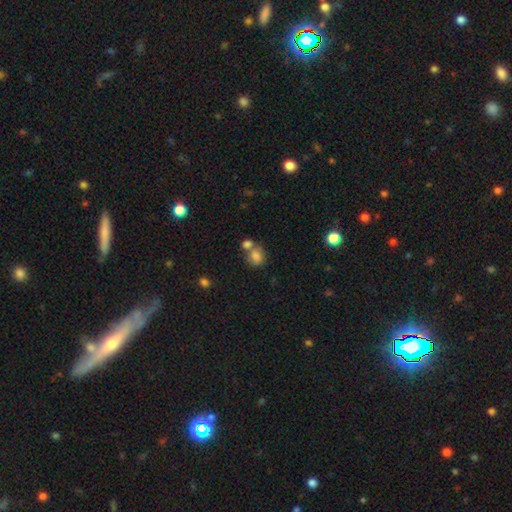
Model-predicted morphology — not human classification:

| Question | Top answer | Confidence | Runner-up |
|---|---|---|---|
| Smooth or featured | smooth | 79% | featured or disk (11%) |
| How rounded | round | 58% | in between (41%) |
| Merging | merger | 43% | none (40%) |